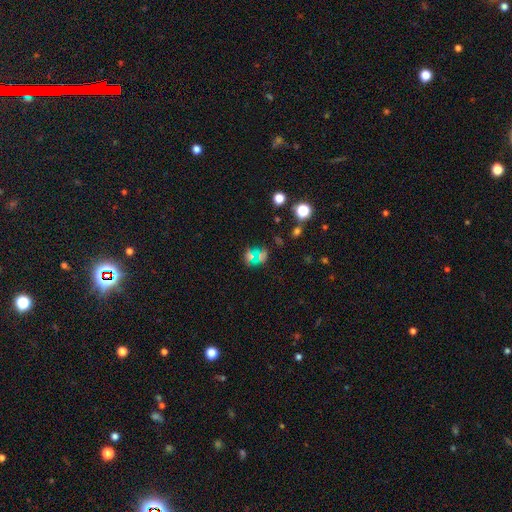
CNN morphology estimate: This appears to be a smooth galaxy with no disk features (43%). Merging: none (65%).